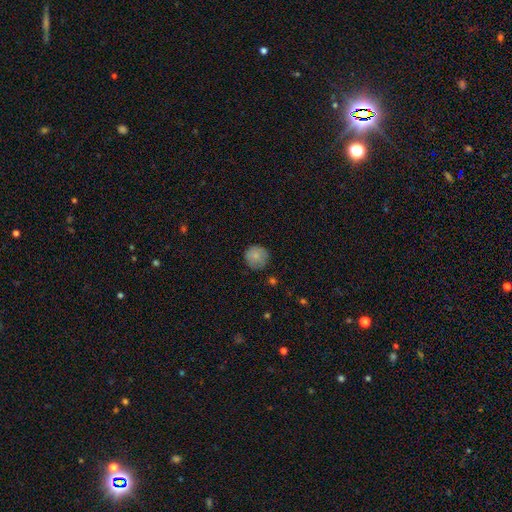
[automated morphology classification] A smooth galaxy with no disk features (82%) that is round (94%). Merging: none (82%).